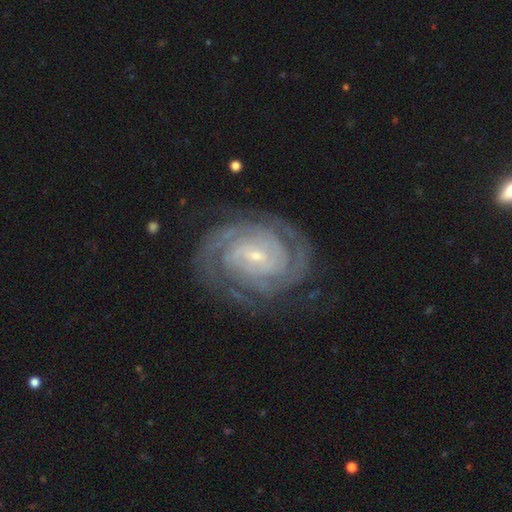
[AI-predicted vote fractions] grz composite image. It shows a featured or disk galaxy (91%) with a weak bar (42%), 2 (34%) tight (81%) spiral arms (98%) and a small central bulge (82%). Merging: none (79%).